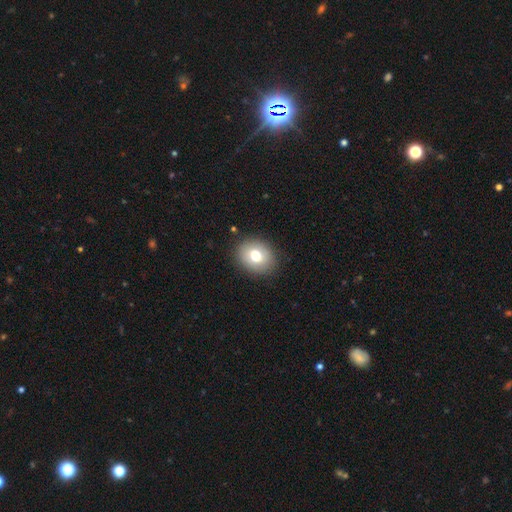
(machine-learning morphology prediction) This appears to be a smooth galaxy with no disk features (74%) that is round (59%). Merging: none (88%).